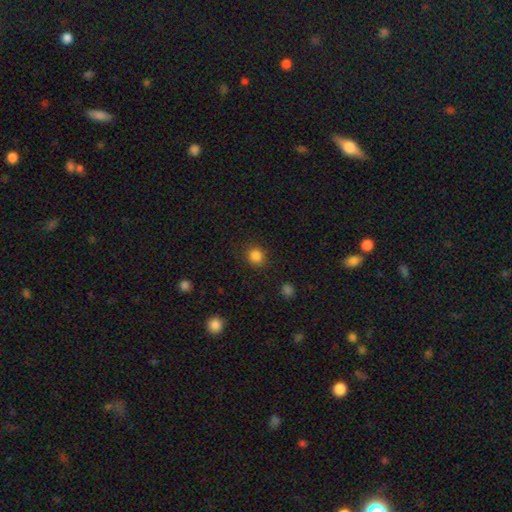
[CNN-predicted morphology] smooth_or_featured: smooth (p=0.85) [alt: star or artifact p=0.11]
how_rounded: round (p=0.86) [alt: in between p=0.13]
merging: none (p=0.88) [alt: minor disturbance p=0.08]